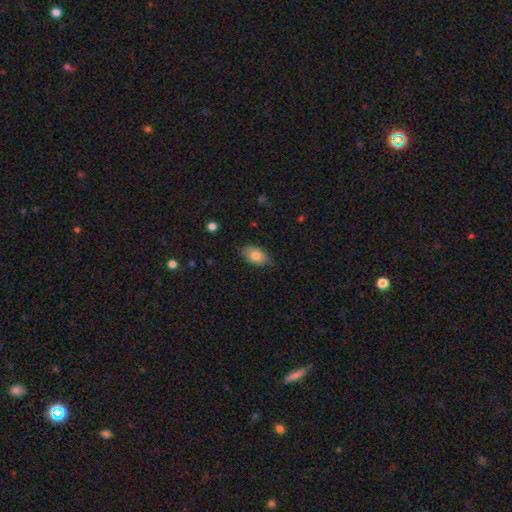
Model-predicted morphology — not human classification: Smooth or featured? Predicted: smooth (p=0.79). How rounded? Predicted: in between (p=0.87). Merging? Predicted: none (p=0.76).